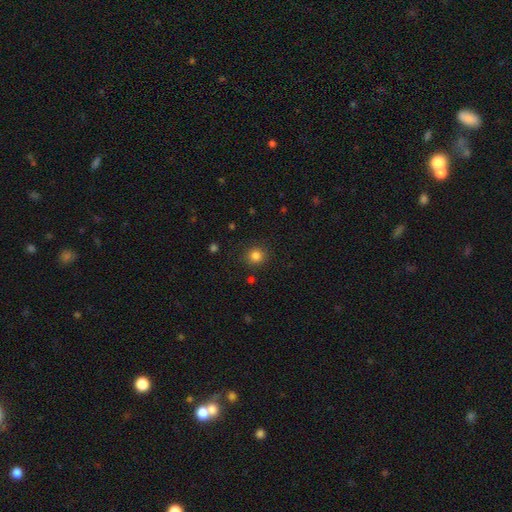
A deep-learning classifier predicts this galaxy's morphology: Overall: smooth (83%). How rounded: round (91%). Merging: none (88%).